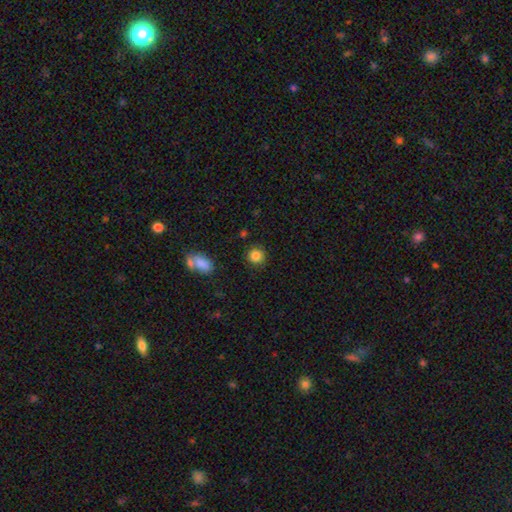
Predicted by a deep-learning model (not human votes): This appears to be a smooth galaxy with no disk features (84%) that is round (90%). Merging: none (87%).